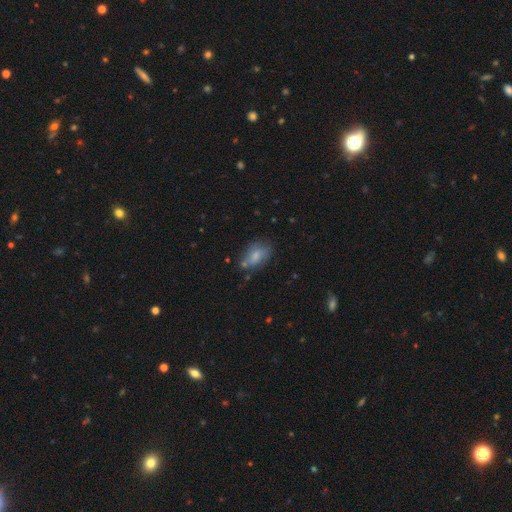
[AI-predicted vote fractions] Smooth or featured?
  - smooth: 71% *
  - featured or disk: 20%
  - star or artifact: 9%
How rounded?
  - in between: 86% *
  - round: 10%
  - cigar-shaped: 4%
Merging?
  - none: 58% *
  - minor disturbance: 25%
  - major disturbance: 9%
  - merger: 8%